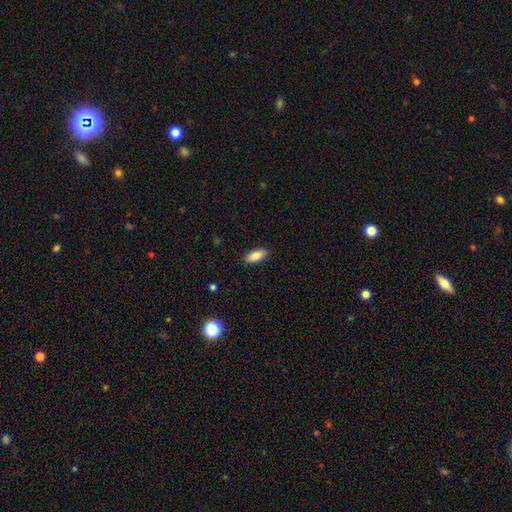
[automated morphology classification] smooth_or_featured: smooth (p=0.85) [alt: featured or disk p=0.08]
how_rounded: in between (p=0.80) [alt: cigar-shaped p=0.18]
merging: none (p=0.88) [alt: minor disturbance p=0.09]